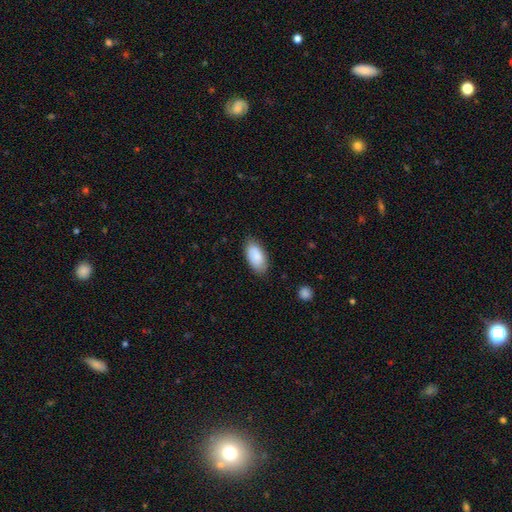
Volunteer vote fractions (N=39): Volunteers were most divided on "merging": none: 66%, minor disturbance: 26%, major disturbance: 9%, merger: 0%. More confident: how rounded — in between (94%); smooth or featured — smooth (87%).